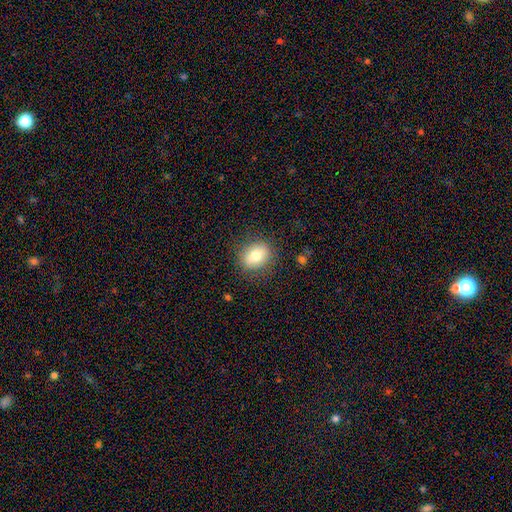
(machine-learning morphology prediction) The model was most divided on "how rounded": in between: 50%, round: 49%, cigar-shaped: 1%. More confident: merging — none (83%); smooth or featured — smooth (76%).